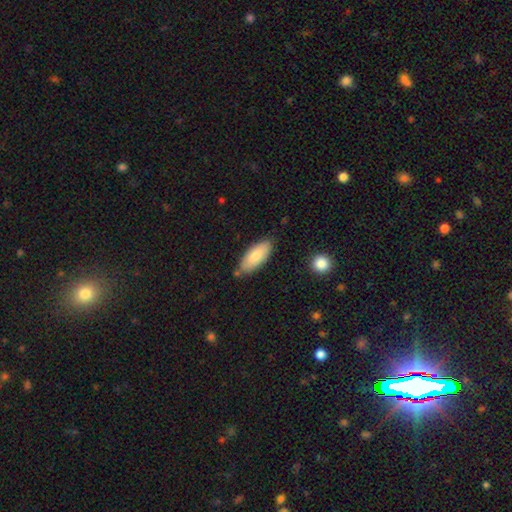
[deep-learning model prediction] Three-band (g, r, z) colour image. It shows a smooth galaxy with no disk features (80%) that is in between round and cigar-shaped (81%). Merging: none (77%).